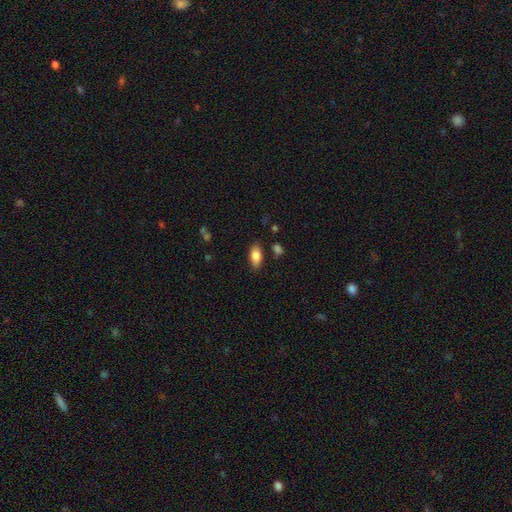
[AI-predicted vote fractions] The model was most divided on "merging": none: 82%, minor disturbance: 12%, merger: 3%, major disturbance: 3%. More confident: how rounded — in between (90%); smooth or featured — smooth (83%).